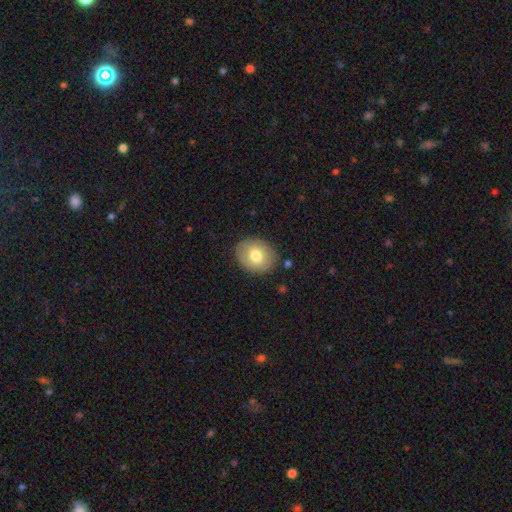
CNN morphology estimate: A smooth galaxy with no disk features (72%) that is round (52%). Merging: none (85%).